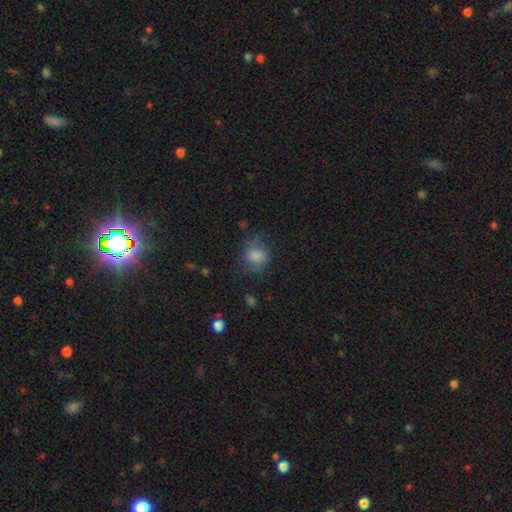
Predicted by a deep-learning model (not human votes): Smooth or featured: smooth — 71% (featured or disk — 18%)
How rounded: round — 65% (in between — 34%)
Merging: none — 59% (minor disturbance — 25%)